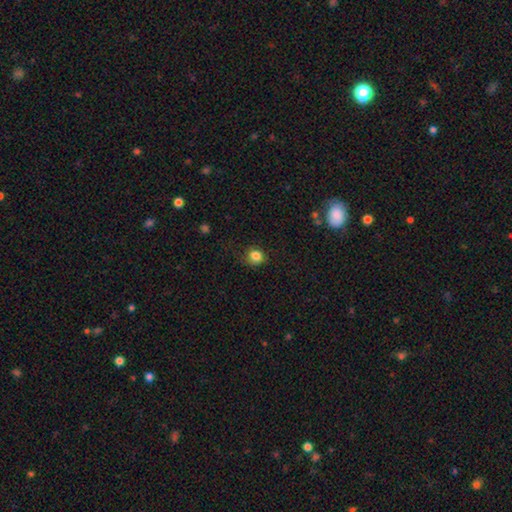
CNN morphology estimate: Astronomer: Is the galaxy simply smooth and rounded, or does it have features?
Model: smooth — 84%.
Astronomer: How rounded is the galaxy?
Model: round — 83%.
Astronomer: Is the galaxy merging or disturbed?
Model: none — 76%.